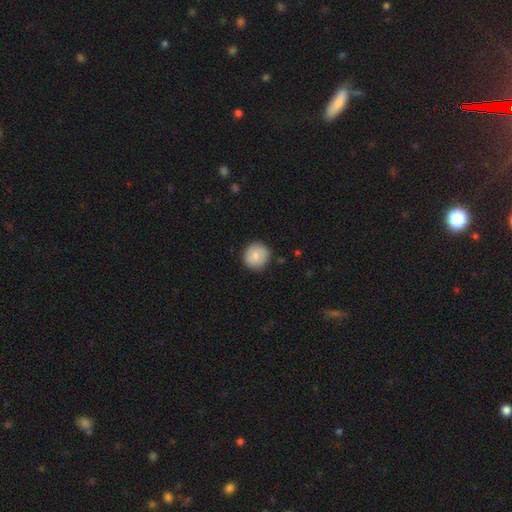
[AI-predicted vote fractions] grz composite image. It shows a smooth galaxy with no disk features (83%) that is round (92%). Merging: none (87%).